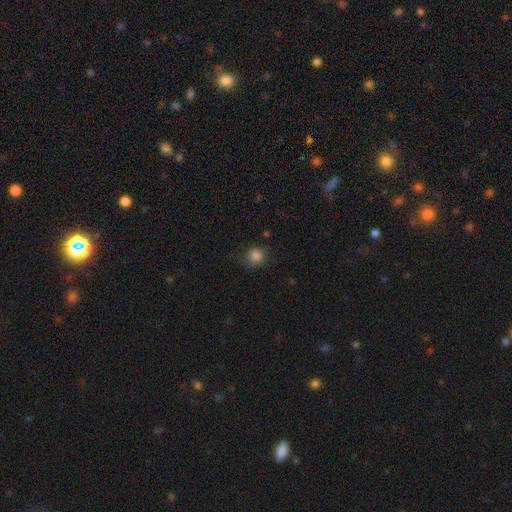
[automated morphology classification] This appears to be a smooth galaxy with no disk features (83%) that is round (85%). Merging: none (75%).